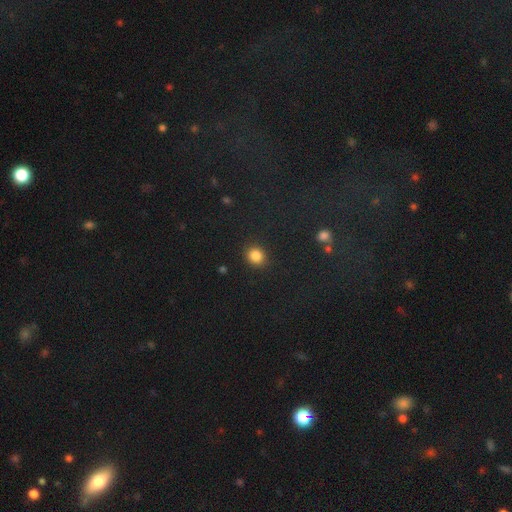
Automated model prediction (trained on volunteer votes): This is clearly a smooth galaxy (85%). How rounded: likely round (75%). Merging: clearly none (88%).